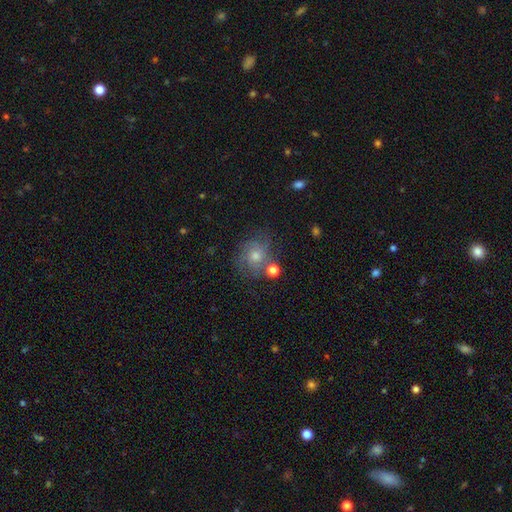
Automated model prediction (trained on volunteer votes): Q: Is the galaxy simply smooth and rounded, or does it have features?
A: featured or disk — 49%.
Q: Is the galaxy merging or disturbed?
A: none — 68%.